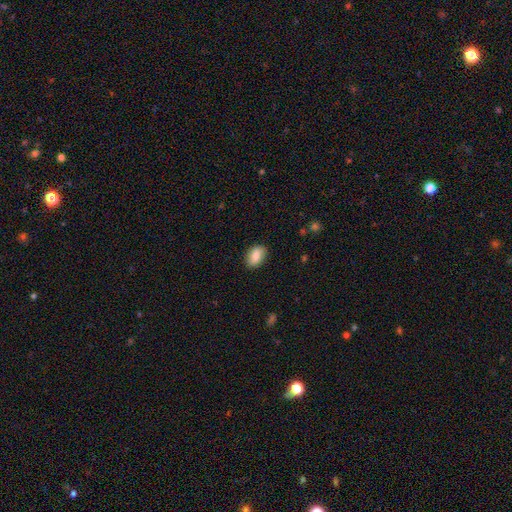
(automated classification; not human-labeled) A smooth galaxy with no disk features (83%) that is in between round and cigar-shaped (86%).

Vote fractions:
- Smooth or featured? smooth: 83% / featured or disk: 9% / star or artifact: 7%
- How rounded? in between: 86% / round: 12% / cigar-shaped: 2%
- Merging? none: 86% / minor disturbance: 10% / major disturbance: 2% / merger: 1%